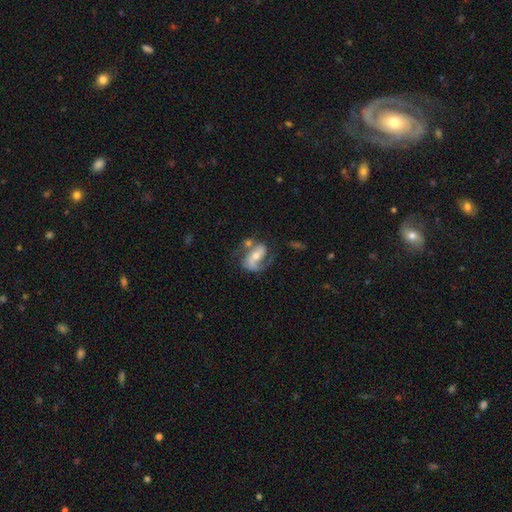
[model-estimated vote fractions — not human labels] Q: Smooth or featured?
A: featured or disk (80%); runner-up: smooth (14%)
Q: Edge-on disk?
A: no (96%); runner-up: yes (4%)
Q: Bar?
A: weak (35%); runner-up: strong (34%)
Q: Spiral arms?
A: yes (92%); runner-up: no (8%)
Q: Spiral winding?
A: medium (47%); runner-up: loose (34%)
Q: Spiral arm count?
A: 2 (72%); runner-up: 1 (20%)
Q: Bulge size?
A: moderate (58%); runner-up: small (35%)
Q: Merging?
A: none (50%); runner-up: minor disturbance (20%)